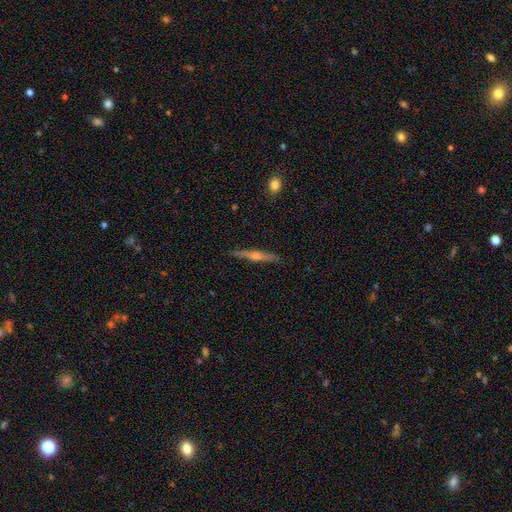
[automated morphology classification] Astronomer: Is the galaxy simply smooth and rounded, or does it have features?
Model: featured or disk — 67%.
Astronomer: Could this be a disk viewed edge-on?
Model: yes — 98%.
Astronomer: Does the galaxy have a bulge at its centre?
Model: rounded — 84%.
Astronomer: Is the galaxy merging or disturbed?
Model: none — 89%.